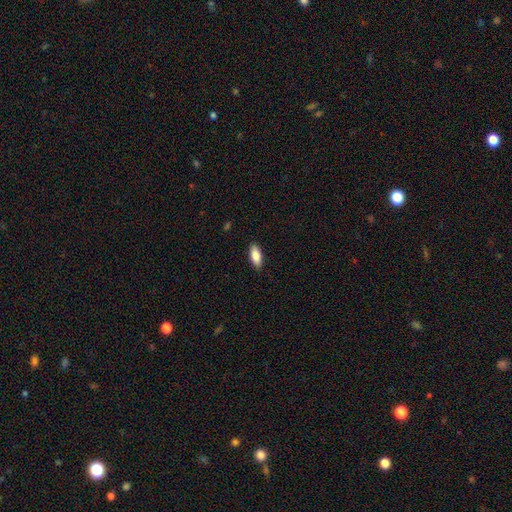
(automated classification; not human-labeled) Morphology: type=smooth (86%); roundness=in between (80%); merging=none (88%).